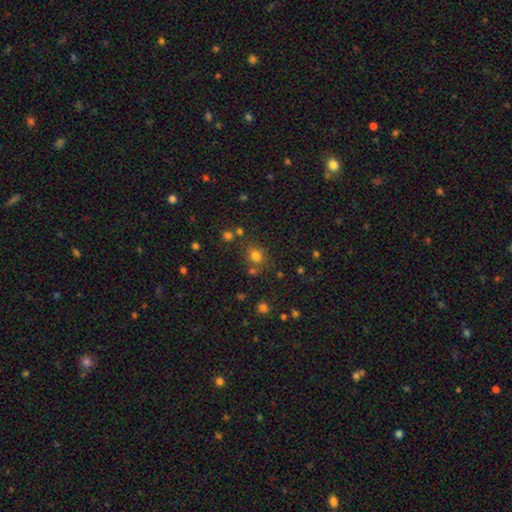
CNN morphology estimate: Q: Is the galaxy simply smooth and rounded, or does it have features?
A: smooth — 74%.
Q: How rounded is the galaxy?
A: round — 75%.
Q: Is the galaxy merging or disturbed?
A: none — 68%.